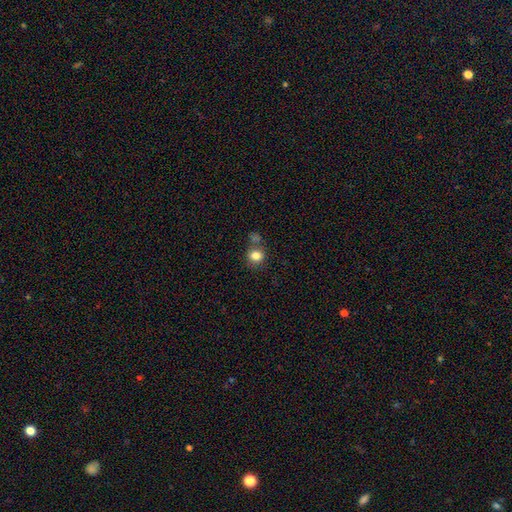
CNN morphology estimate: smooth 82%, star or artifact 11%, featured or disk 6%. Down the decision tree: how rounded — round (82%); merging — none (65%).